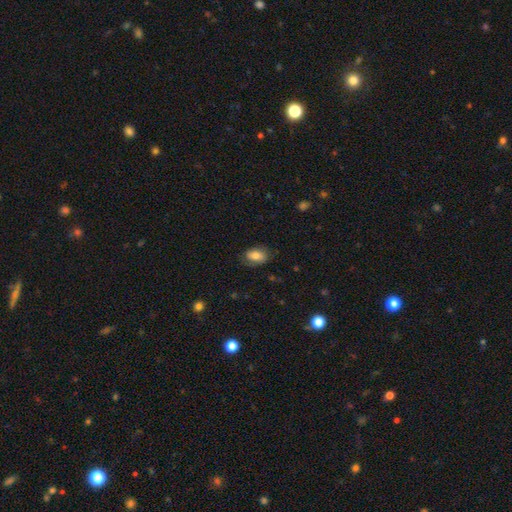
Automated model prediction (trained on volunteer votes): A smooth galaxy with no disk features (71%) that is in between round and cigar-shaped (87%).

Vote fractions:
- Smooth or featured? smooth: 71% / featured or disk: 21% / star or artifact: 8%
- How rounded? in between: 87% / round: 11% / cigar-shaped: 2%
- Merging? none: 74% / minor disturbance: 20% / major disturbance: 6% / merger: 1%